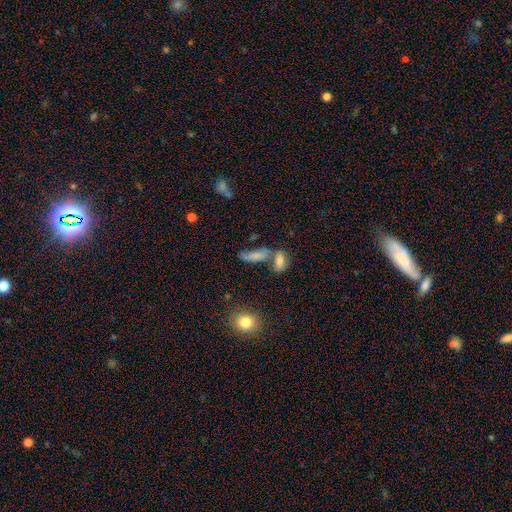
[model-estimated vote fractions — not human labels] Smooth or featured? smooth (63%)
How rounded? in between (63%)
Merging? none (36%, tied with merger)